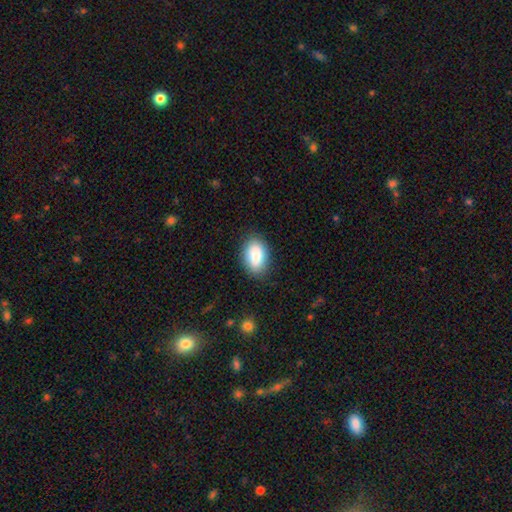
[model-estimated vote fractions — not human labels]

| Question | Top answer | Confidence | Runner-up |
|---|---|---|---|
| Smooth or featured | smooth | 86% | featured or disk (7%) |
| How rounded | in between | 90% | round (8%) |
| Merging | none | 85% | minor disturbance (11%) |